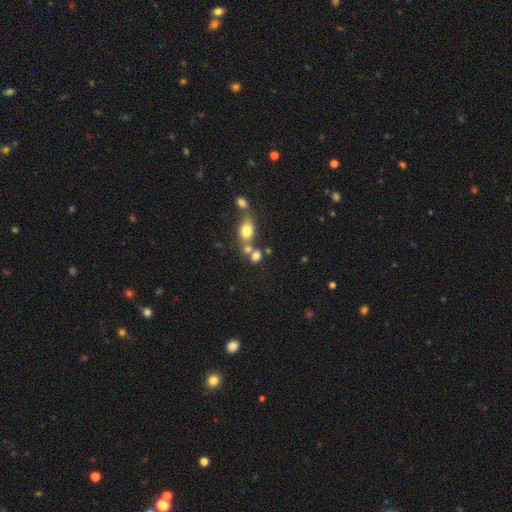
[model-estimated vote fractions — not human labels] A smooth galaxy with no disk features (73%) that is in between round and cigar-shaped (58%). Merging: none (43%).